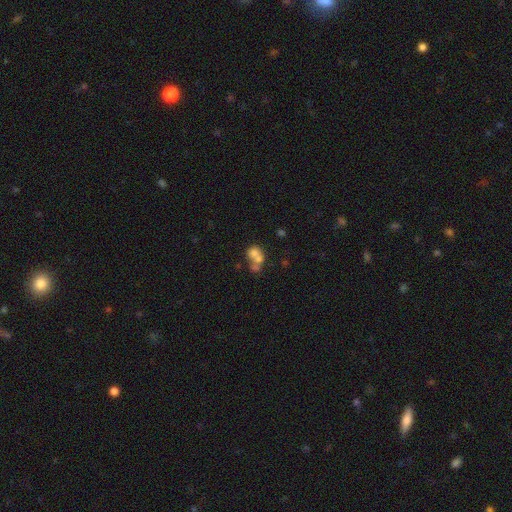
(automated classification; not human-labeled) This appears to be a smooth galaxy with no disk features (62%) that is round (57%). Merging: merger (63%).